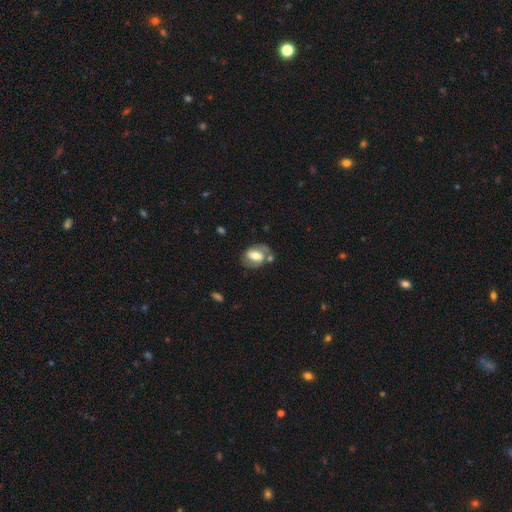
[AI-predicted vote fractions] Smooth or featured? Predicted: smooth (p=0.53). How rounded? Predicted: in between (p=0.80). Merging? Predicted: none (p=0.56).